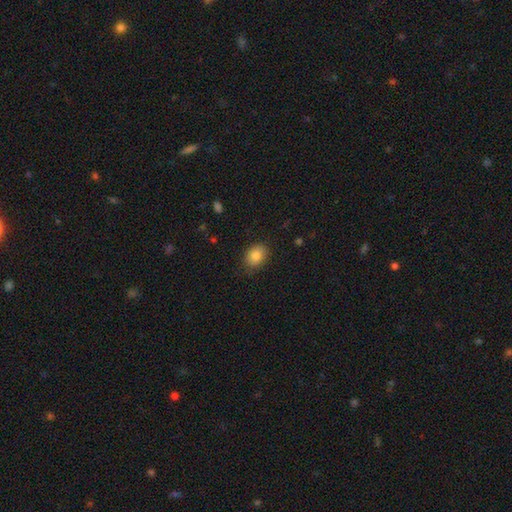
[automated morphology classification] The model was most divided on "how rounded": in between: 60%, round: 39%, cigar-shaped: 1%. More confident: smooth or featured — smooth (83%); merging — none (82%).